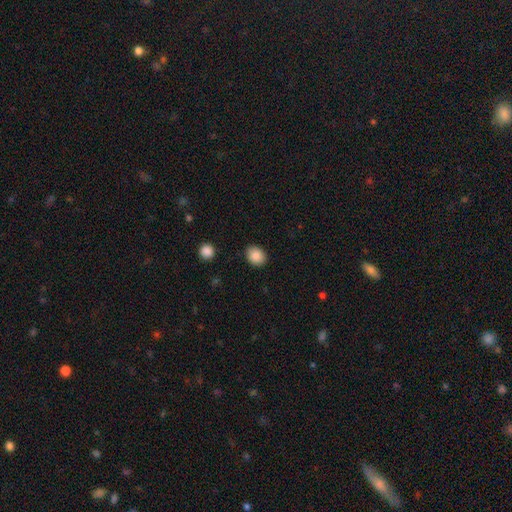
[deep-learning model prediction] Smooth or featured? smooth (87%)
How rounded? round (50%)
Merging? none (86%)